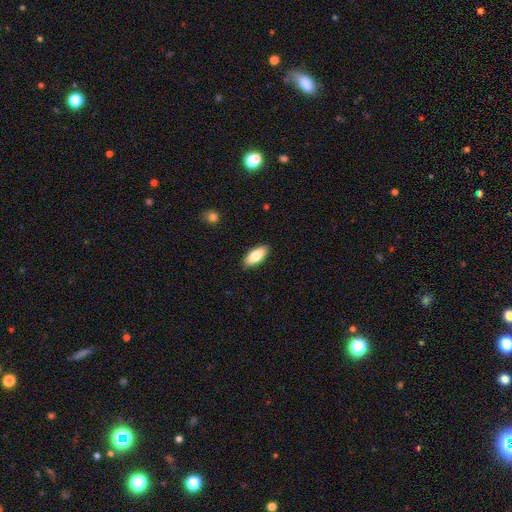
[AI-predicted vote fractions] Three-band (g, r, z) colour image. It shows a smooth galaxy with no disk features (78%) that is in between round and cigar-shaped (86%). Merging: none (89%).